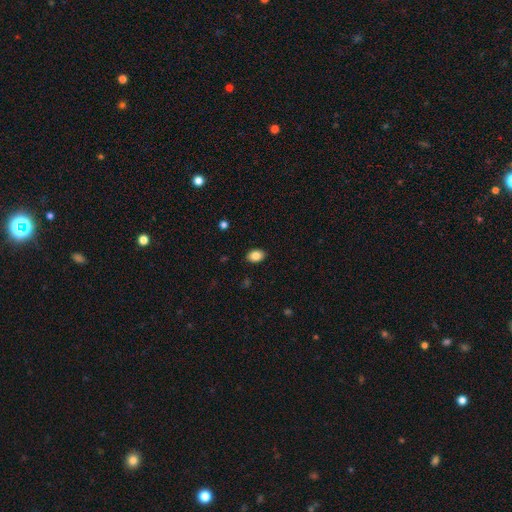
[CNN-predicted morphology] Smooth or featured? Predicted: smooth (p=0.86). How rounded? Predicted: in between (p=0.78). Merging? Predicted: none (p=0.89).